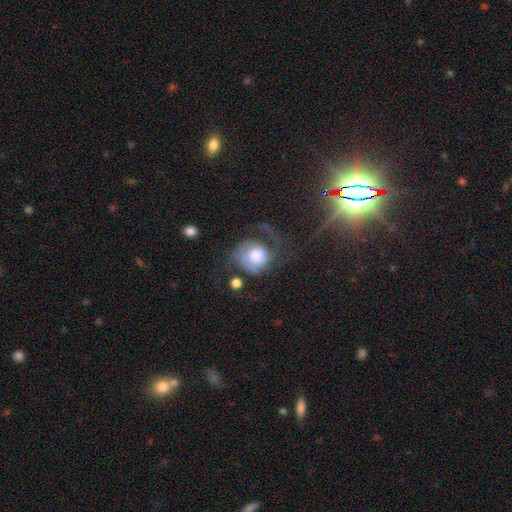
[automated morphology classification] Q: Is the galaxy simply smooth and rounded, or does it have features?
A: featured or disk — 57%.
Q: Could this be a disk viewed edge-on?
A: no — 97%.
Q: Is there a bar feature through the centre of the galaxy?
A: no — 78%.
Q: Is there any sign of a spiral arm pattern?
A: yes — 82%.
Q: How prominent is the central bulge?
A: moderate — 46%.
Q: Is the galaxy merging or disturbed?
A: major disturbance — 41%.